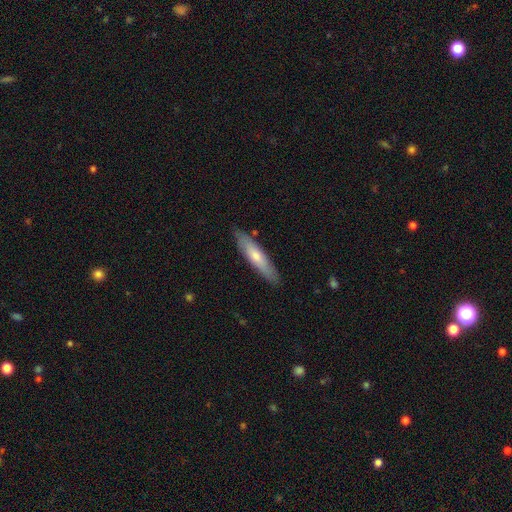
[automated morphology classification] Smooth or featured? smooth (59%)
How rounded? cigar-shaped (83%)
Merging? none (88%)